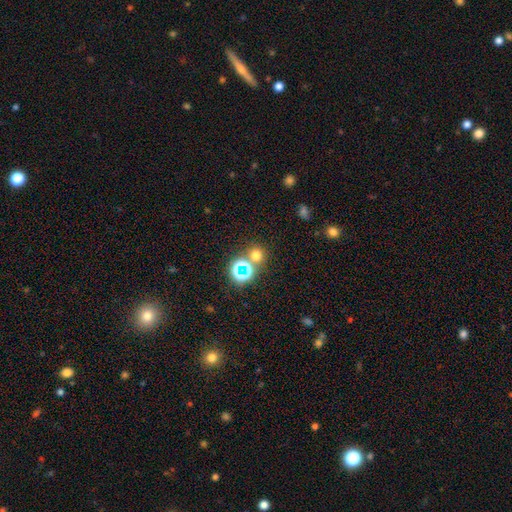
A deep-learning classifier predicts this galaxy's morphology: type=smooth (63%); roundness=round (89%); merging=none (72%).